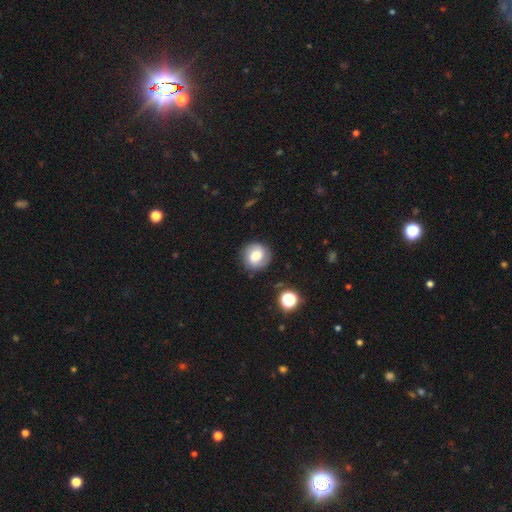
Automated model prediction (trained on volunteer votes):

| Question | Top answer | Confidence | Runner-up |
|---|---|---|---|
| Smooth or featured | smooth | 64% | featured or disk (26%) |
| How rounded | round | 88% | in between (11%) |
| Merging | none | 84% | minor disturbance (11%) |